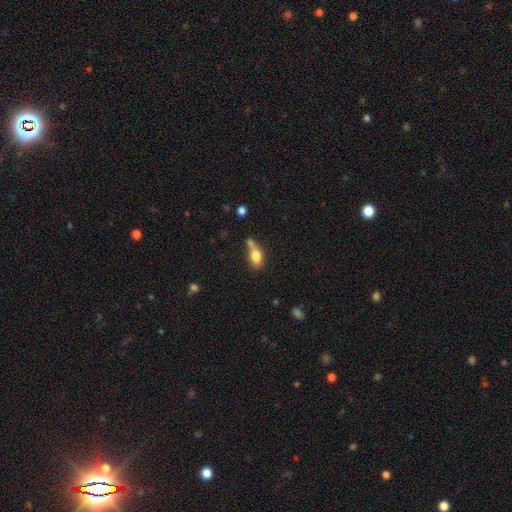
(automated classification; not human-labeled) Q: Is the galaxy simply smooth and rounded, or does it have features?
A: smooth — 77%.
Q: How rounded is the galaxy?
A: in between — 78%.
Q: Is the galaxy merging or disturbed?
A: merger — 35%.